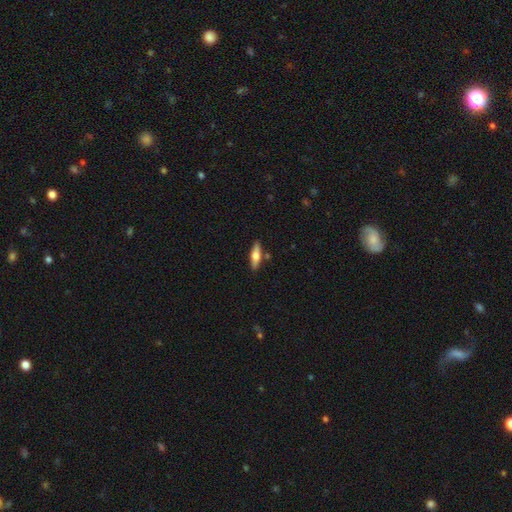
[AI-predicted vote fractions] Q: Smooth or featured?
A: smooth (55%); runner-up: featured or disk (39%)
Q: How rounded?
A: cigar-shaped (58%); runner-up: in between (40%)
Q: Merging?
A: none (83%); runner-up: minor disturbance (10%)